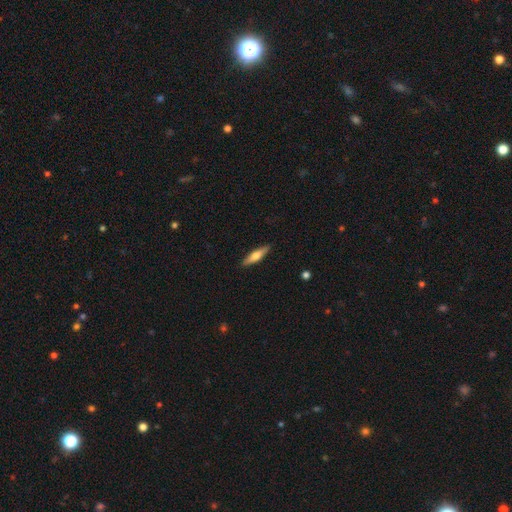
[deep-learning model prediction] smooth-or-featured: smooth: 56% | featured or disk: 38% | star or artifact: 6%
  how-rounded: cigar-shaped: 76% | in between: 22% | round: 2%
  merging: none: 90% | minor disturbance: 8% | major disturbance: 2% | merger: 1%